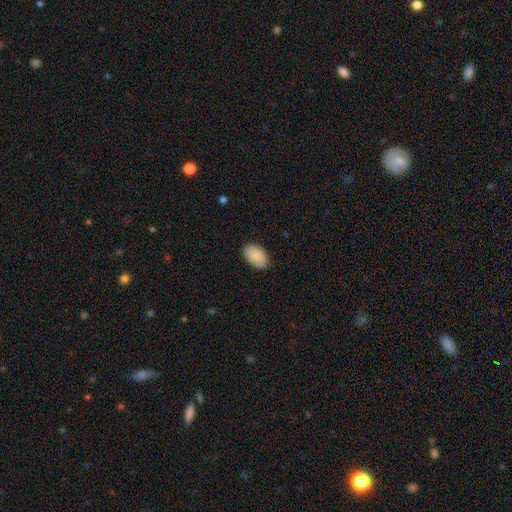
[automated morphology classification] This appears to be a smooth galaxy with no disk features (90%) that is in between round and cigar-shaped (93%). Merging: none (84%).